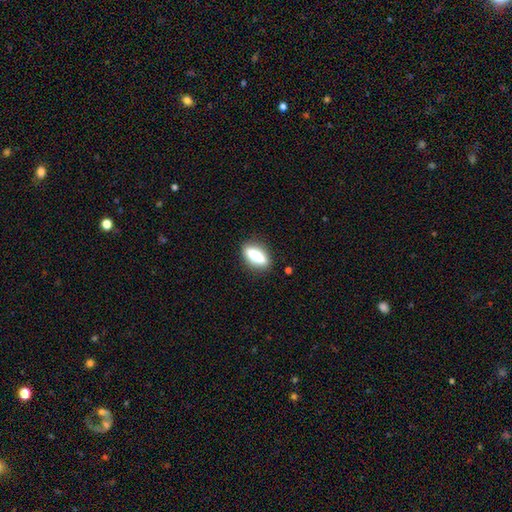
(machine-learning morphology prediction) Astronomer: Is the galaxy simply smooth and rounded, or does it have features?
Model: smooth — 62%.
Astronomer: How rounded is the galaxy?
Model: in between — 64%.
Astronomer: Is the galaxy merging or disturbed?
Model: none — 87%.